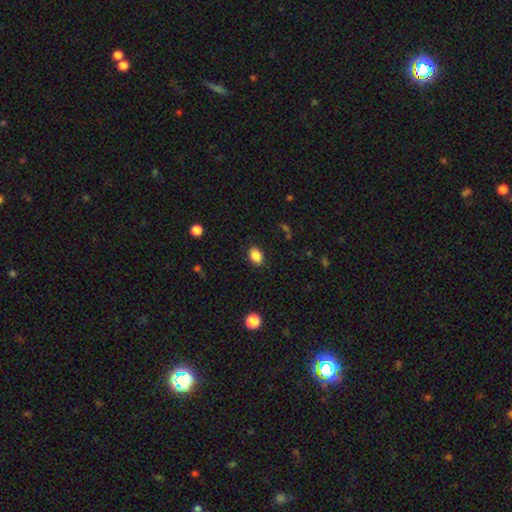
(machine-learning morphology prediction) Overall: smooth (86%). How rounded: in between (73%). Merging: none (86%).